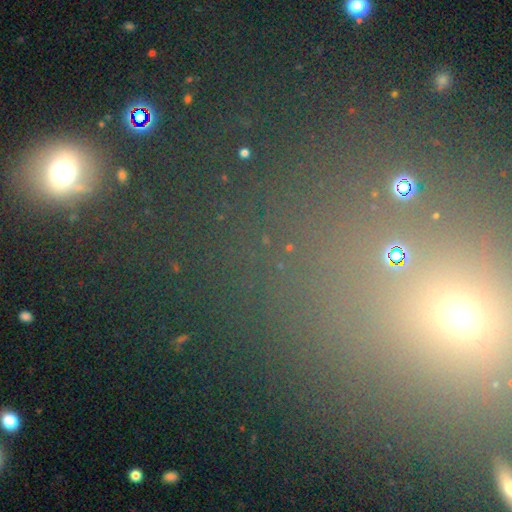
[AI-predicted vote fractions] Smooth or featured? star or artifact (49%)